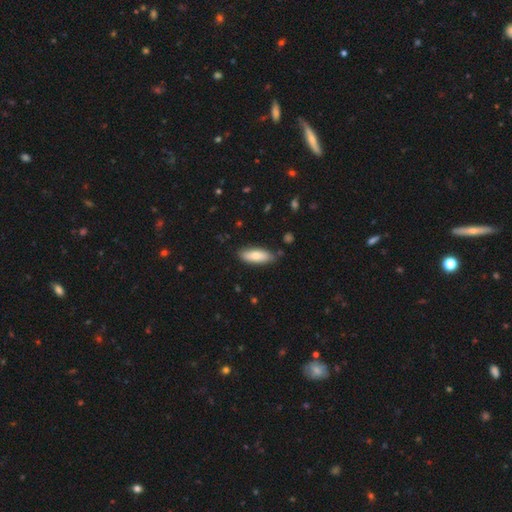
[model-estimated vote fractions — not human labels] A smooth galaxy with no disk features (74%) that is in between round and cigar-shaped (71%).

Vote fractions:
- Smooth or featured? smooth: 74% / featured or disk: 20% / star or artifact: 6%
- How rounded? in between: 71% / cigar-shaped: 27% / round: 2%
- Merging? none: 83% / minor disturbance: 13% / major disturbance: 2% / merger: 2%